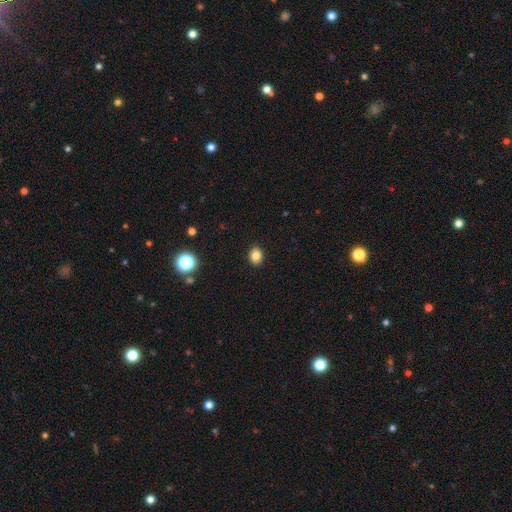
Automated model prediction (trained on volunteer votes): smooth 83%, star or artifact 11%, featured or disk 5%. Down the decision tree: how rounded — in between (55%); merging — none (90%).